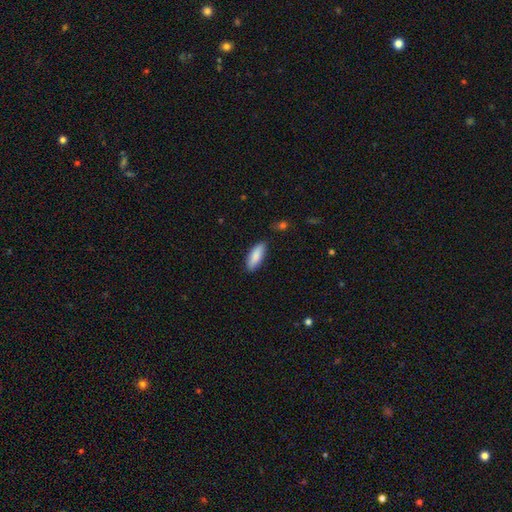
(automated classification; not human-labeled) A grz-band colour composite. It shows a smooth galaxy with no disk features (88%) that is in between round and cigar-shaped (70%). Merging: none (84%).